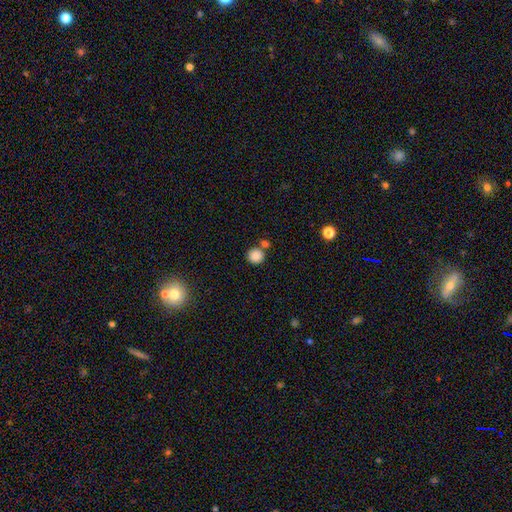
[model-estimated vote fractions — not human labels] smooth_or_featured: smooth (p=0.86) [alt: star or artifact p=0.10]
how_rounded: round (p=0.93) [alt: in between p=0.06]
merging: none (p=0.70) [alt: merger p=0.18]